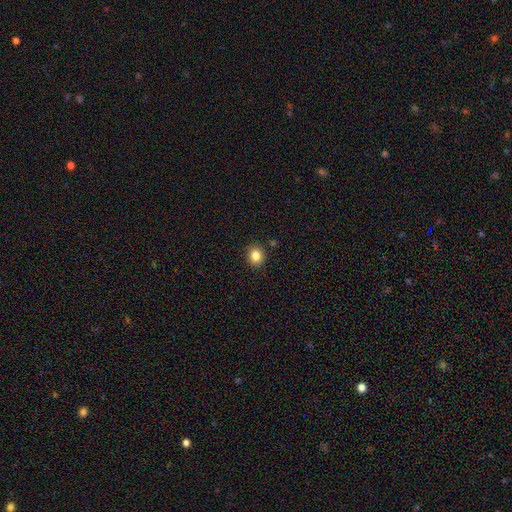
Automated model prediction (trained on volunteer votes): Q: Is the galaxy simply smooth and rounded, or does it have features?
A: smooth — 84%.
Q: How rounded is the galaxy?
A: round — 75%.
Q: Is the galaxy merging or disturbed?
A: none — 90%.